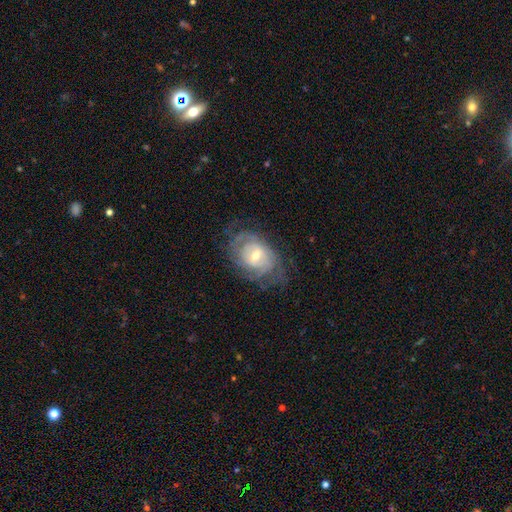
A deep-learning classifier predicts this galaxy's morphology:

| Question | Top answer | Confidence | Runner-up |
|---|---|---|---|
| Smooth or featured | featured or disk | 78% | smooth (15%) |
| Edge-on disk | no | 96% | yes (4%) |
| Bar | weak | 46% | no (43%) |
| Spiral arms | yes | 85% | no (15%) |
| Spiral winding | tight | 63% | medium (27%) |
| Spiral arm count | can't tell | 52% | 2 (22%) |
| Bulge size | moderate | 52% | small (43%) |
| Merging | none | 64% | minor disturbance (21%) |